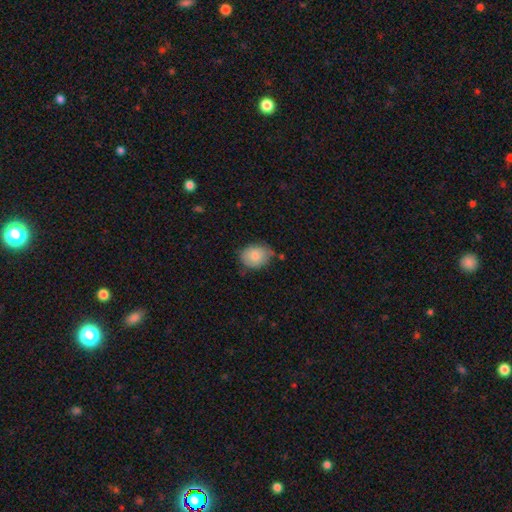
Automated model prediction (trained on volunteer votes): smooth 81%, featured or disk 12%, star or artifact 7%. Down the decision tree: how rounded — in between (58%); merging — none (64%).